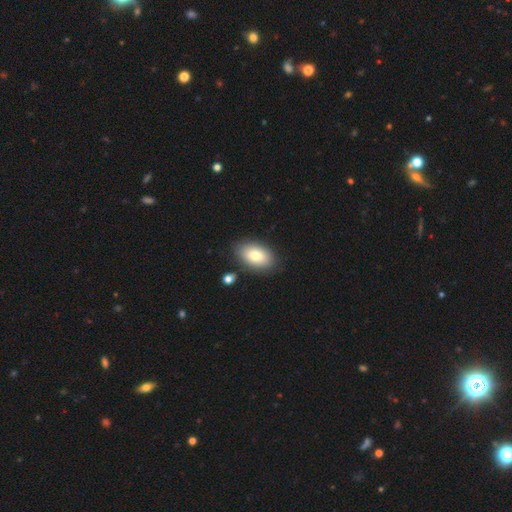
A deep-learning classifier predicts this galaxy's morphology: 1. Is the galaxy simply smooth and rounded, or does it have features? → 78% smooth, 15% featured or disk, 7% star or artifact.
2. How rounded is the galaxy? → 93% in between, 6% round, 2% cigar-shaped.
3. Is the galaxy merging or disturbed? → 84% none, 10% minor disturbance, 3% merger, 3% major disturbance.